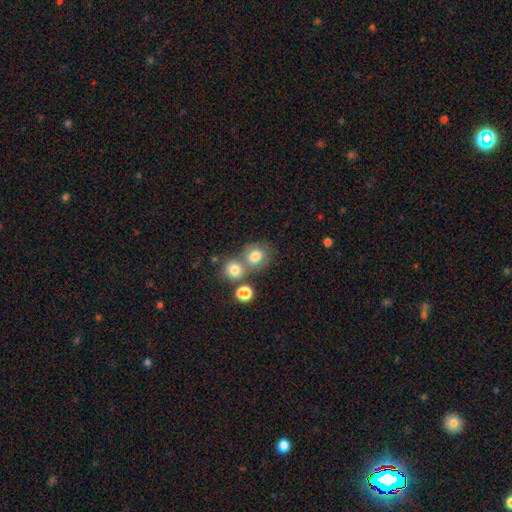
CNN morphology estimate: smooth-or-featured: smooth: 77% | featured or disk: 12% | star or artifact: 11%
  how-rounded: round: 77% | in between: 22% | cigar-shaped: 1%
  merging: none: 50% | merger: 35% | minor disturbance: 11% | major disturbance: 5%